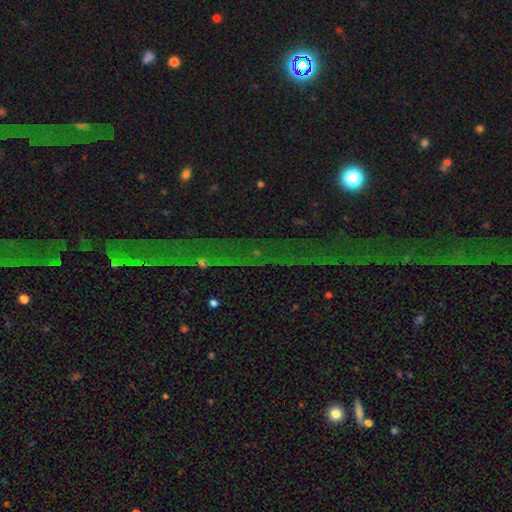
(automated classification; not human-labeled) Smooth or featured? star or artifact (78%)